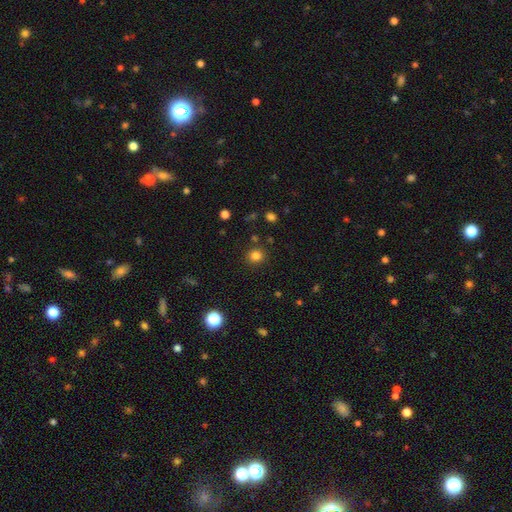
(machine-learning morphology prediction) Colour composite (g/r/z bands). It shows a smooth galaxy with no disk features (81%) that is round (86%). Merging: none (87%).